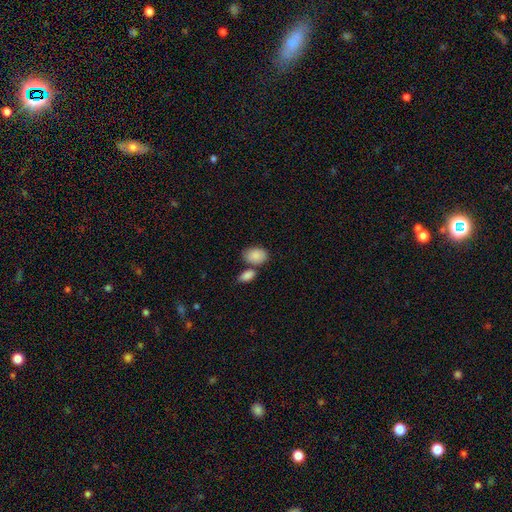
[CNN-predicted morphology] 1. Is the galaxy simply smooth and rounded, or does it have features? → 88% smooth, 6% star or artifact, 6% featured or disk.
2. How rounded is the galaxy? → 86% in between, 13% round, 1% cigar-shaped.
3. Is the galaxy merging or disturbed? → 53% none, 29% merger, 14% minor disturbance, 4% major disturbance.